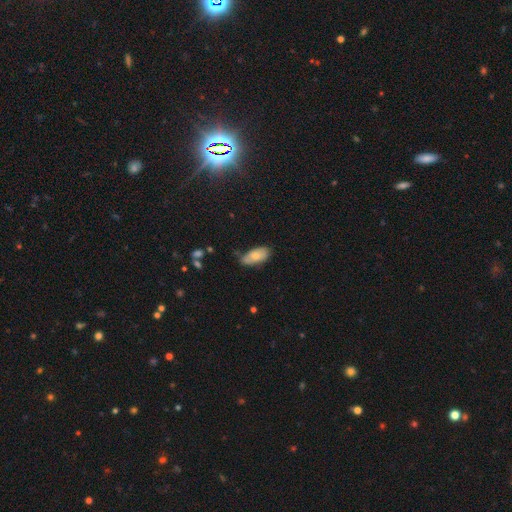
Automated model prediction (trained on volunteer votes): smooth-or-featured: smooth: 74% | featured or disk: 19% | star or artifact: 7%
  how-rounded: in between: 91% | cigar-shaped: 7% | round: 2%
  merging: none: 55% | minor disturbance: 34% | major disturbance: 7% | merger: 4%